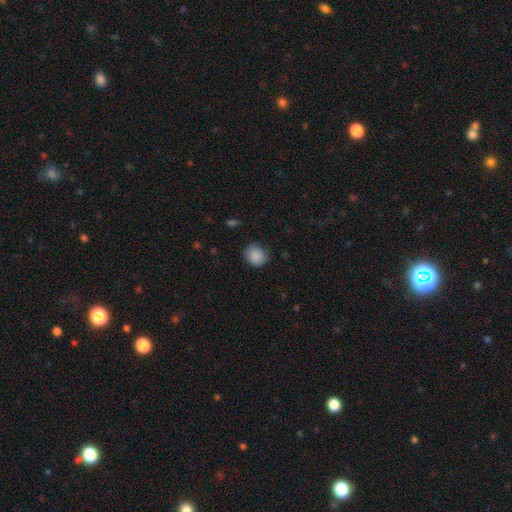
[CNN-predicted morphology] Smooth or featured? Predicted: smooth (p=0.88). How rounded? Predicted: round (p=0.75). Merging? Predicted: none (p=0.78).